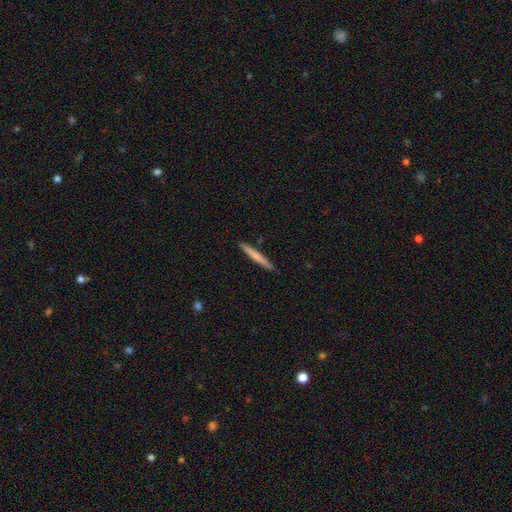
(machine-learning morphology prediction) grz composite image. It shows a smooth galaxy with no disk features (68%) that is cigar-shaped (96%). Merging: none (91%).